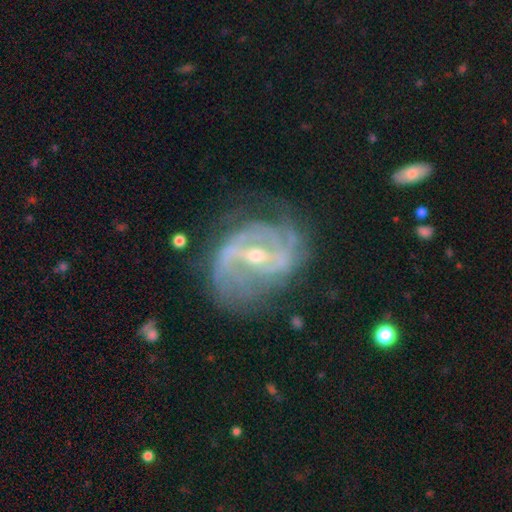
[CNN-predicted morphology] The model was most divided on "bar": strong: 47%, weak: 40%, no: 13%. Remaining: edge-on disk — no (97%); spiral arms — yes (92%); smooth or featured — featured or disk (88%); merging — none (62%); spiral arm count — 2 (60%); bulge size — small (53%); spiral winding — medium (43%).